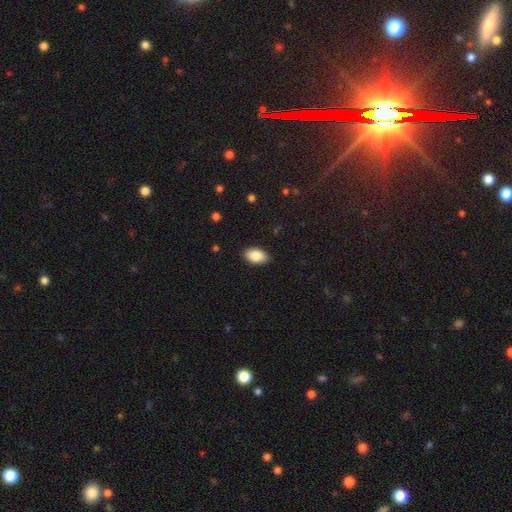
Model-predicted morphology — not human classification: Overall: smooth (87%). How rounded: in between (93%). Merging: none (89%).